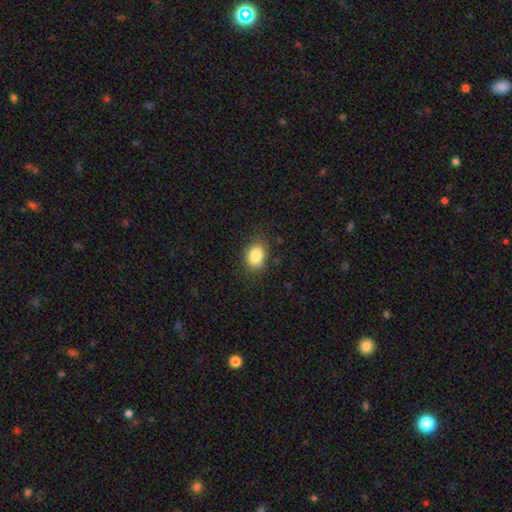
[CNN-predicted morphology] Smooth or featured? Predicted: smooth (p=0.84). How rounded? Predicted: in between (p=0.68). Merging? Predicted: none (p=0.79).